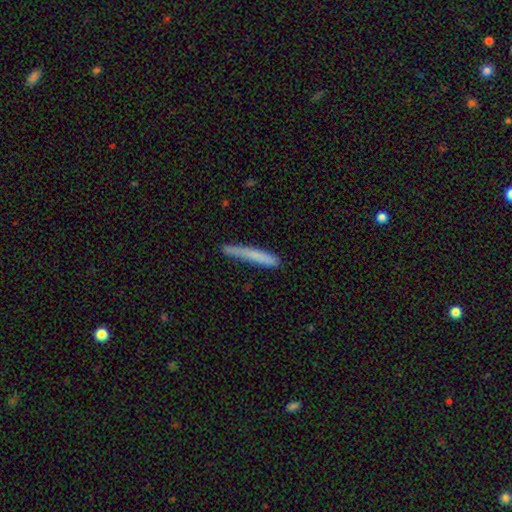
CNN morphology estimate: Smooth or featured? smooth (74%)
How rounded? cigar-shaped (96%)
Merging? none (77%)